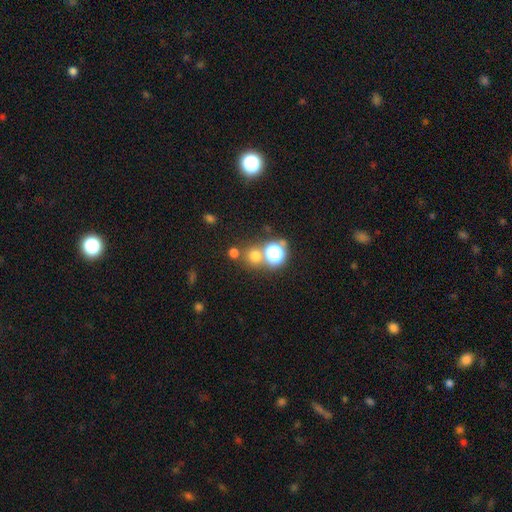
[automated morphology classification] This appears to be a smooth galaxy with no disk features (63%) that is round (89%). Merging: none (70%).